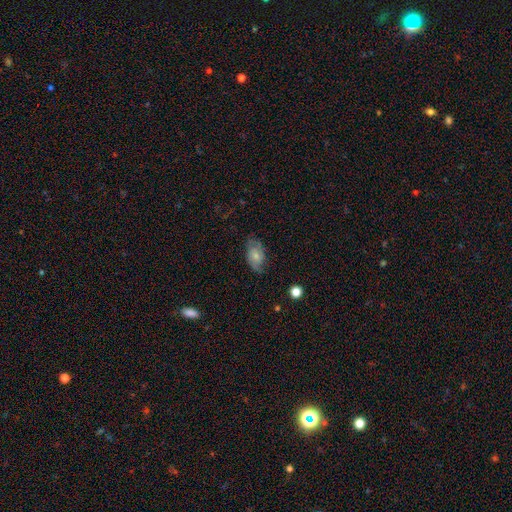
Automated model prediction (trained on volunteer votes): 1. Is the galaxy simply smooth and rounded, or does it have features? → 52% smooth, 40% featured or disk, 8% star or artifact.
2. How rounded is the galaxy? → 89% in between, 8% round, 2% cigar-shaped.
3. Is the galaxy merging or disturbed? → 66% none, 24% minor disturbance, 8% major disturbance, 1% merger.